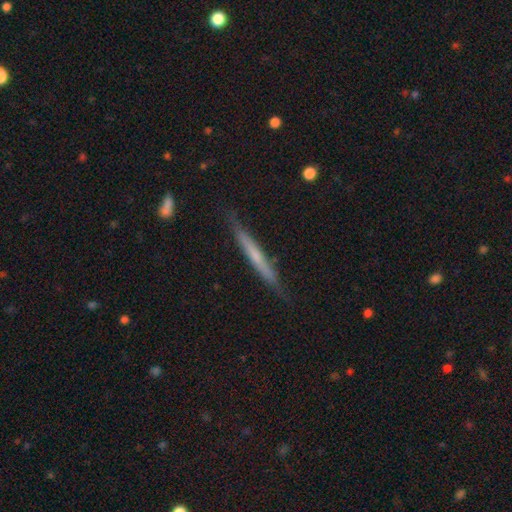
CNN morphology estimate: Overall: featured or disk (51%; smooth 43%). Edge-on disk: yes (95%). Merging: none (81%).